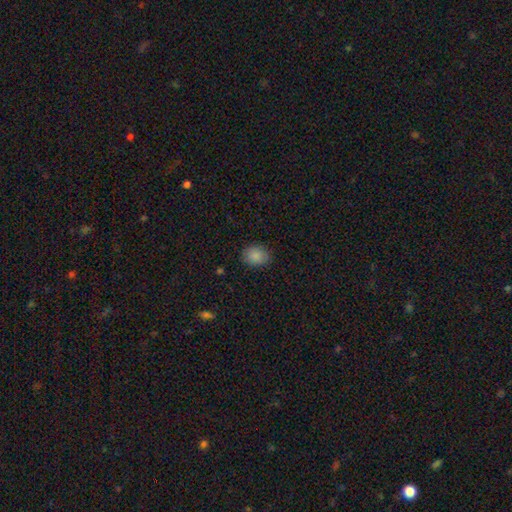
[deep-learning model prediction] A smooth galaxy with no disk features (87%) that is in between round and cigar-shaped (53%).

Vote fractions:
- Smooth or featured? smooth: 87% / star or artifact: 9% / featured or disk: 4%
- How rounded? in between: 53% / round: 47% / cigar-shaped: 1%
- Merging? none: 86% / minor disturbance: 10% / major disturbance: 3% / merger: 1%